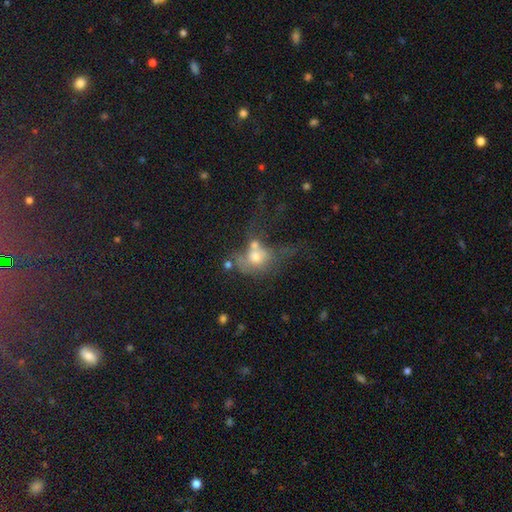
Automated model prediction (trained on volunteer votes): smooth-or-featured: smooth: 54% | featured or disk: 33% | star or artifact: 13%
  how-rounded: round: 49% (tied) | in between: 49% (tied) | cigar-shaped: 2%
  merging: merger: 46% | major disturbance: 27% | none: 17% | minor disturbance: 11%